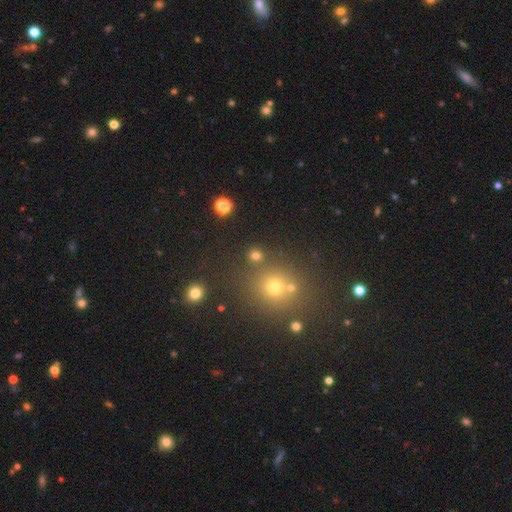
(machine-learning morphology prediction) Smooth or featured?
  - smooth: 73% *
  - star or artifact: 21%
  - featured or disk: 6%
How rounded?
  - round: 89% *
  - in between: 10%
  - cigar-shaped: 1%
Merging?
  - none: 81% *
  - merger: 9%
  - minor disturbance: 7%
  - major disturbance: 4%